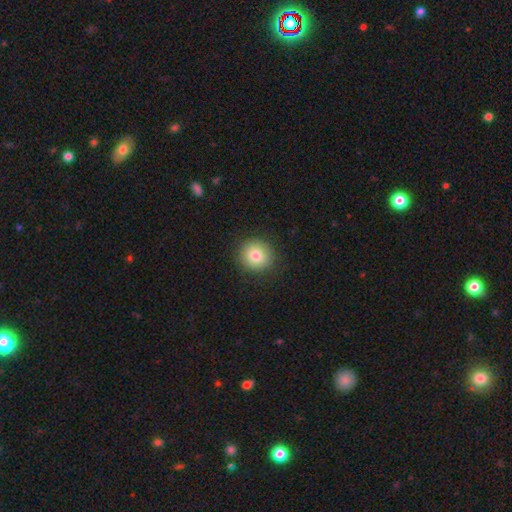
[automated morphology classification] smooth-or-featured: smooth: 80% | star or artifact: 10% | featured or disk: 10%
  how-rounded: round: 91% | in between: 8% | cigar-shaped: 1%
  merging: none: 89% | minor disturbance: 7% | major disturbance: 3% | merger: 1%